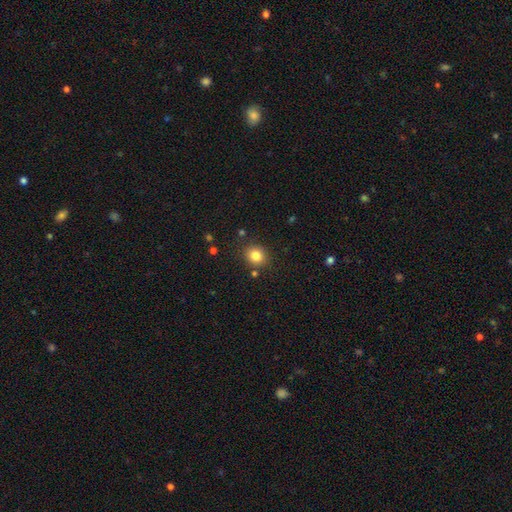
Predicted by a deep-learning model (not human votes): The model was most divided on "how rounded": round: 74%, in between: 25%, cigar-shaped: 1%. More confident: merging — none (85%); smooth or featured — smooth (83%).